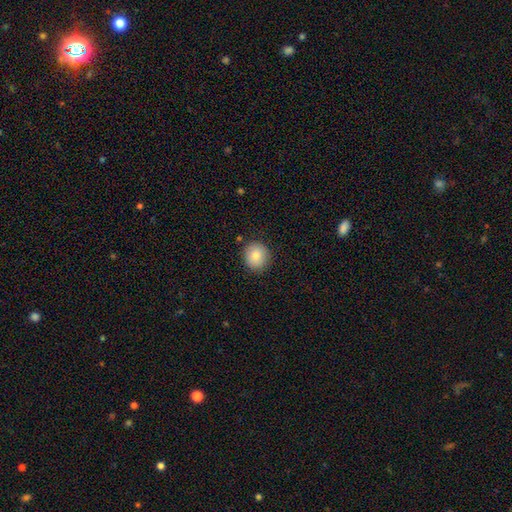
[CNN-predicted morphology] Smooth or featured: smooth — 83% (star or artifact — 9%)
How rounded: round — 88% (in between — 11%)
Merging: none — 86% (minor disturbance — 10%)